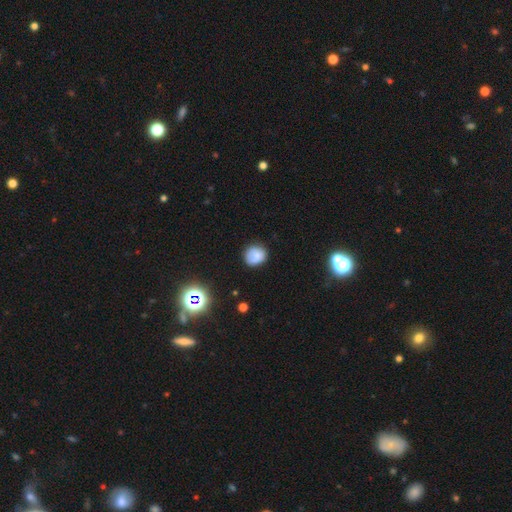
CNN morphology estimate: Smooth or featured? Predicted: smooth (p=0.76). How rounded? Predicted: round (p=0.82). Merging? Predicted: none (p=0.75).